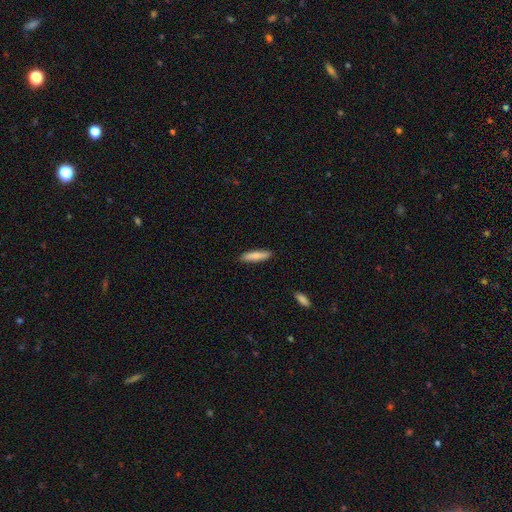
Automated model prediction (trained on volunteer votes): Smooth or featured: smooth — 77% (featured or disk — 17%)
How rounded: cigar-shaped — 77% (in between — 22%)
Merging: none — 89% (minor disturbance — 8%)